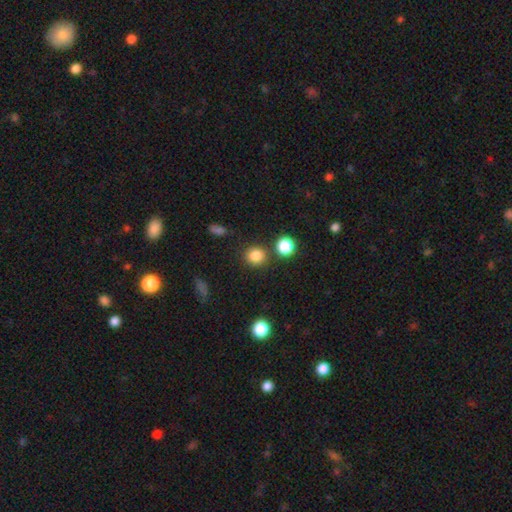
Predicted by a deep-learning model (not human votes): This is clearly a smooth galaxy (83%). How rounded: clearly round (86%). Merging: clearly none (82%).